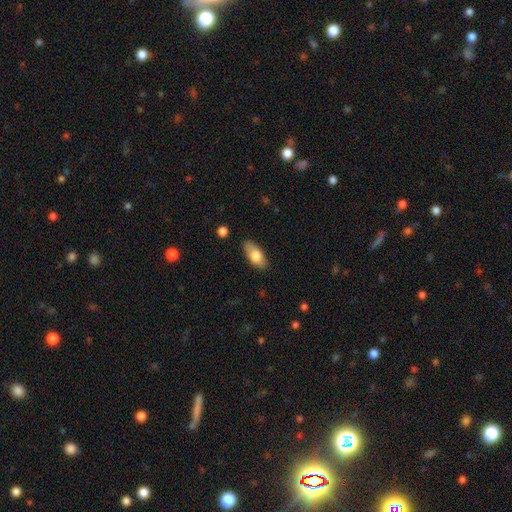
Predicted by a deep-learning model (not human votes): smooth 75%, featured or disk 18%, star or artifact 6%. Down the decision tree: how rounded — in between (86%); merging — none (83%).